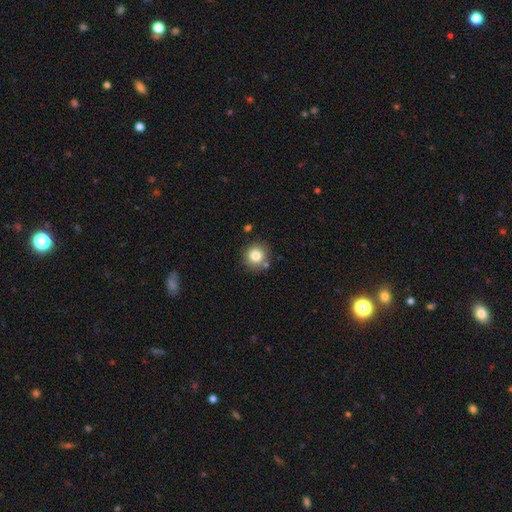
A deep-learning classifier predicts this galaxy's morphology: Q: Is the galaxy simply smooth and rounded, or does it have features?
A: smooth — 81%.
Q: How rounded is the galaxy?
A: round — 93%.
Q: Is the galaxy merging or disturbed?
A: none — 79%.